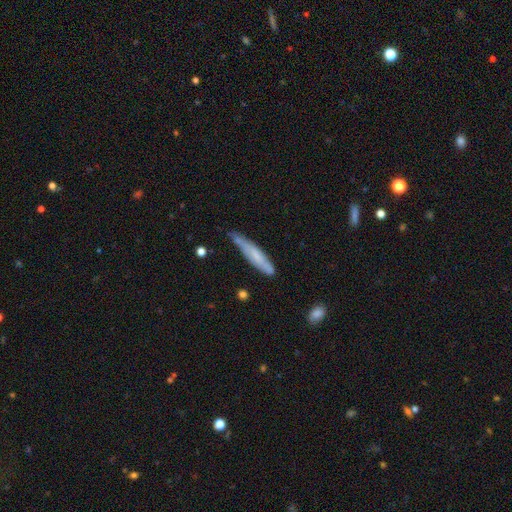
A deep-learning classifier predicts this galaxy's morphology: Smooth or featured? smooth (57%)
How rounded? cigar-shaped (89%)
Merging? none (58%)